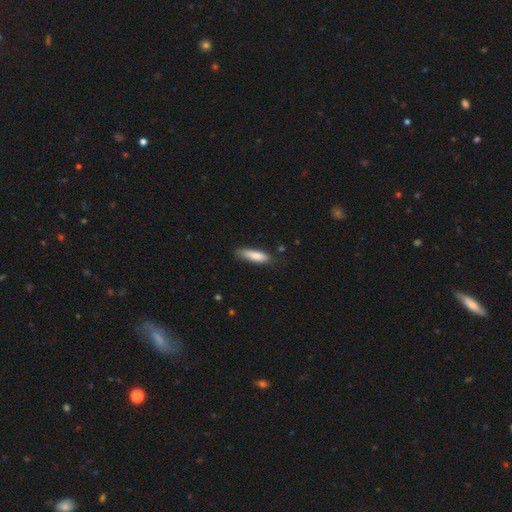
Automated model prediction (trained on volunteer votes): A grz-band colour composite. It shows a smooth galaxy with no disk features (83%) that is cigar-shaped (59%). Merging: none (73%).